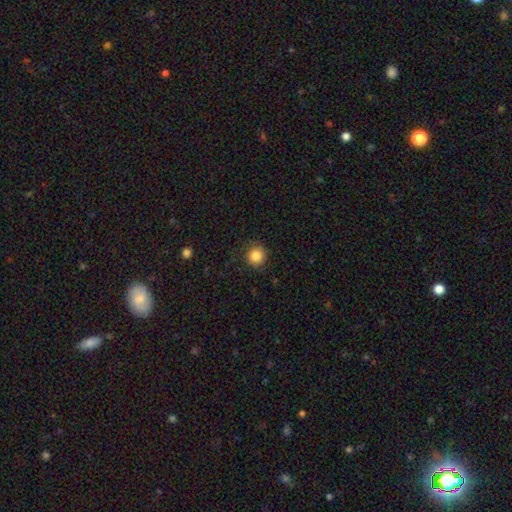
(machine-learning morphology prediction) Smooth or featured? Predicted: smooth (p=0.85). How rounded? Predicted: round (p=0.92). Merging? Predicted: none (p=0.86).